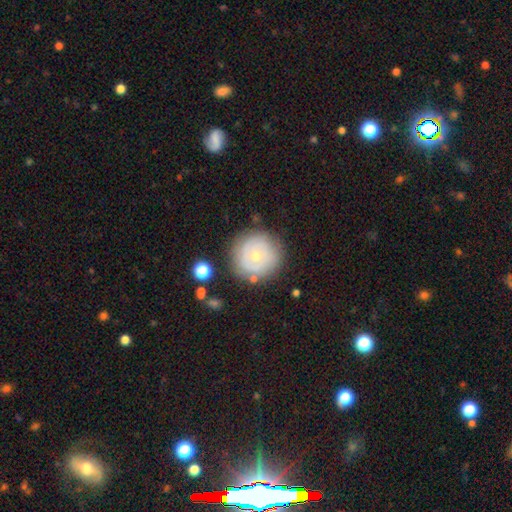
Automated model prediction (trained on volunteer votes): smooth_or_featured: featured or disk (p=0.48) [alt: smooth p=0.45]
merging: none (p=0.77) [alt: minor disturbance p=0.15]